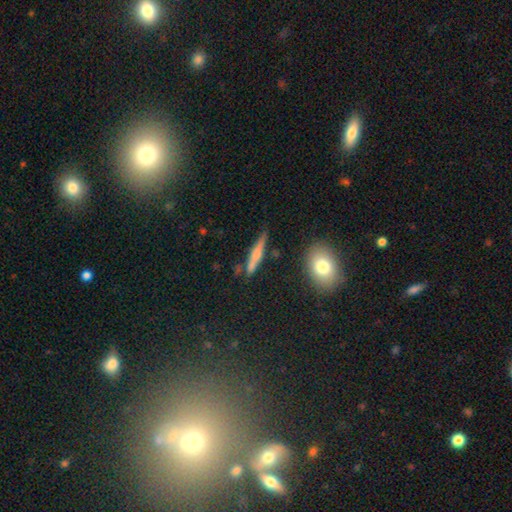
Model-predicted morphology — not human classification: Smooth or featured? Predicted: smooth (p=0.50). How rounded? Predicted: cigar-shaped (p=0.85). Merging? Predicted: none (p=0.75).